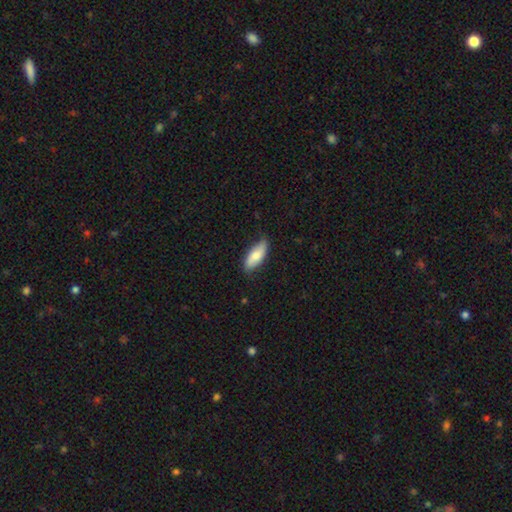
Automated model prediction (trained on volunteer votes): A smooth galaxy with no disk features (74%) that is in between round and cigar-shaped (76%). Merging: none (75%).